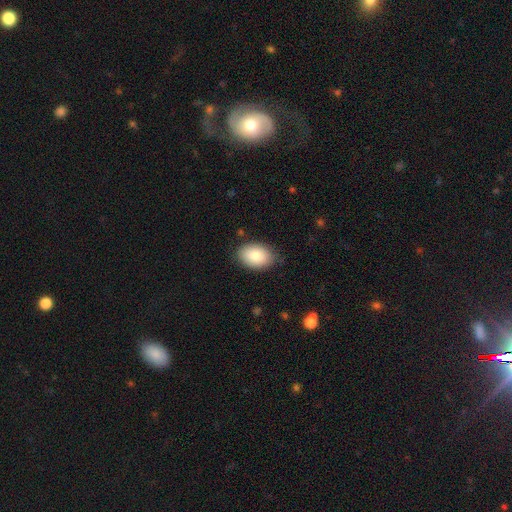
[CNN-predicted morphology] A smooth galaxy with no disk features (84%) that is in between round and cigar-shaped (86%). Merging: none (84%).